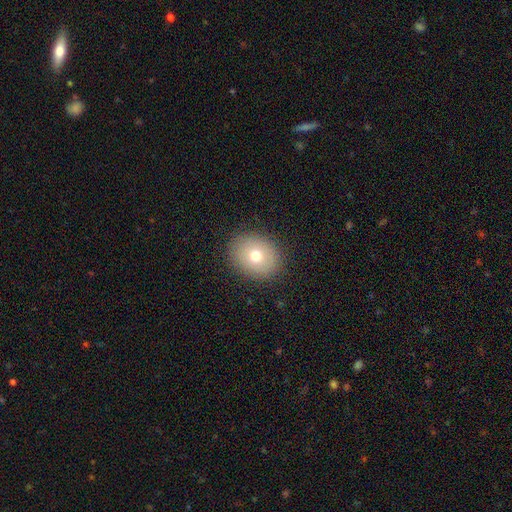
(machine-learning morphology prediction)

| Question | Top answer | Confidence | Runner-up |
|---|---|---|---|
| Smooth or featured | smooth | 71% | featured or disk (17%) |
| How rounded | round | 58% | in between (41%) |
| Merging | none | 87% | minor disturbance (9%) |